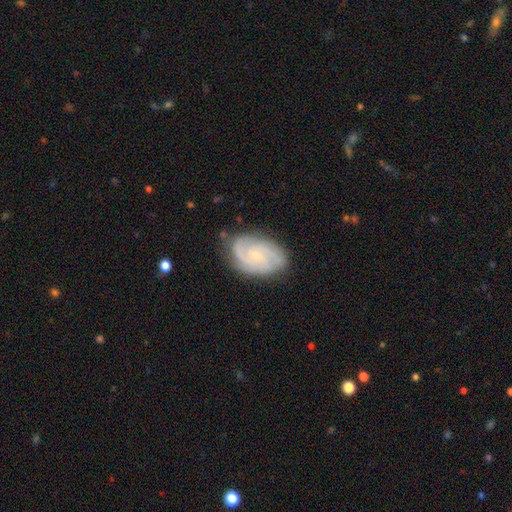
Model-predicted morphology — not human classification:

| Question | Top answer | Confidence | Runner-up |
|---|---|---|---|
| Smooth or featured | featured or disk | 81% | smooth (13%) |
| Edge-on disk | no | 97% | yes (3%) |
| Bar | no | 67% | weak (29%) |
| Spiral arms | yes | 96% | no (4%) |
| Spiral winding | tight | 50% | medium (40%) |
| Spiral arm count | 2 | 36% | 3 (30%) |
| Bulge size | small | 80% | moderate (15%) |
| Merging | none | 77% | minor disturbance (17%) |